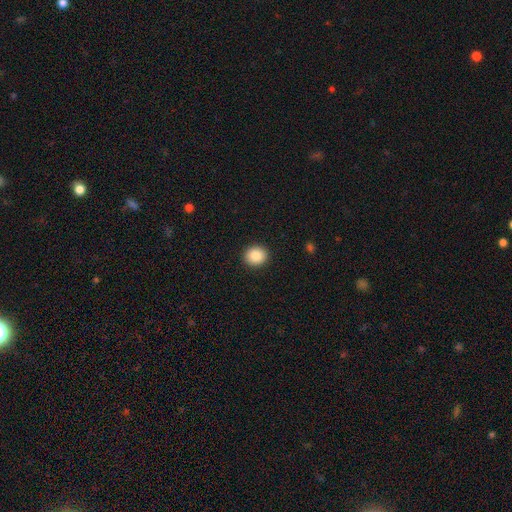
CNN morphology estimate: A smooth galaxy with no disk features (87%) that is round (79%). Merging: none (92%).